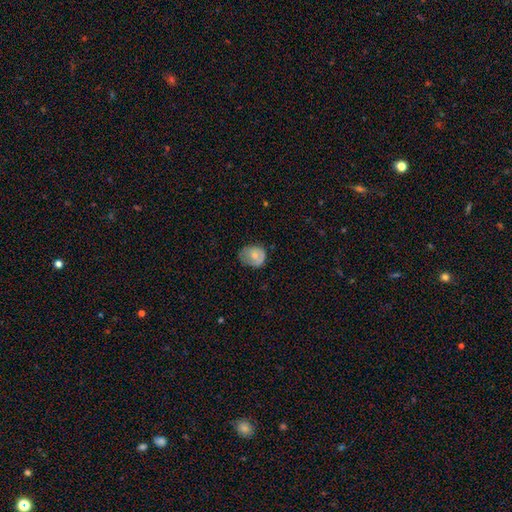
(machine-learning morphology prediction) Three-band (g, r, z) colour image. It shows a smooth galaxy with no disk features (67%) that is round (57%). Merging: none (45%).